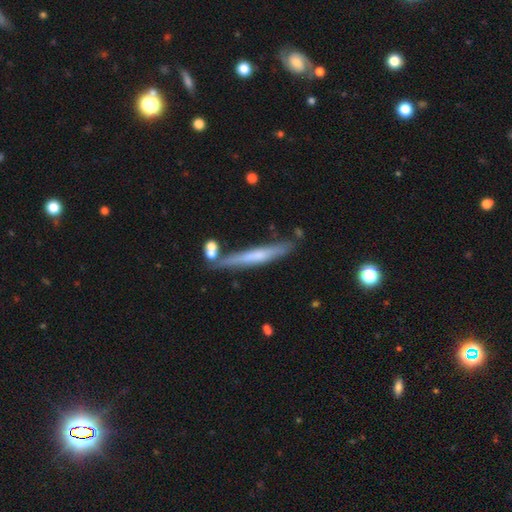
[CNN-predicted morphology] Smooth or featured? featured or disk (48%)
Merging? none (76%)